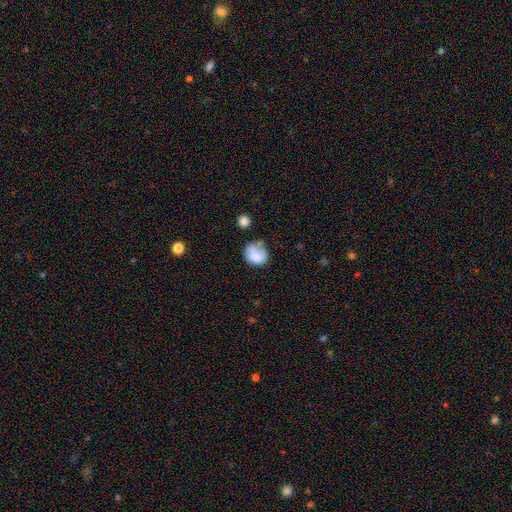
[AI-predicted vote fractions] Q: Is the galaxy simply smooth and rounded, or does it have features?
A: smooth — 76%.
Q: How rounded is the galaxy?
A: round — 61%.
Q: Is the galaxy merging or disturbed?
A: none — 41%.